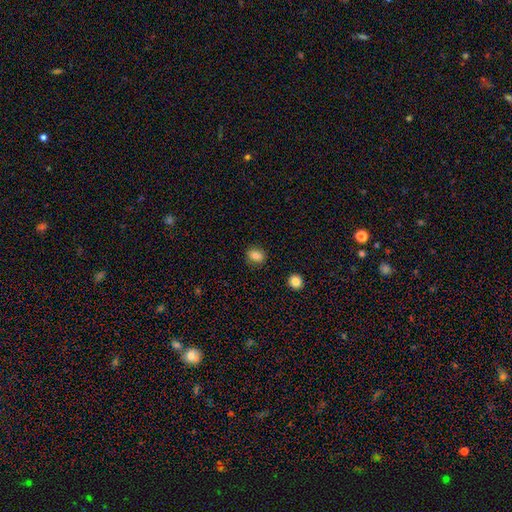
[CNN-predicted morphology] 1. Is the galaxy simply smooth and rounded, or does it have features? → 84% smooth, 10% star or artifact, 6% featured or disk.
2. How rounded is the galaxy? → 49% in between (tied), 49% round (tied), 1% cigar-shaped.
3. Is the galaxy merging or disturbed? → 87% none, 9% minor disturbance, 2% major disturbance, 2% merger.